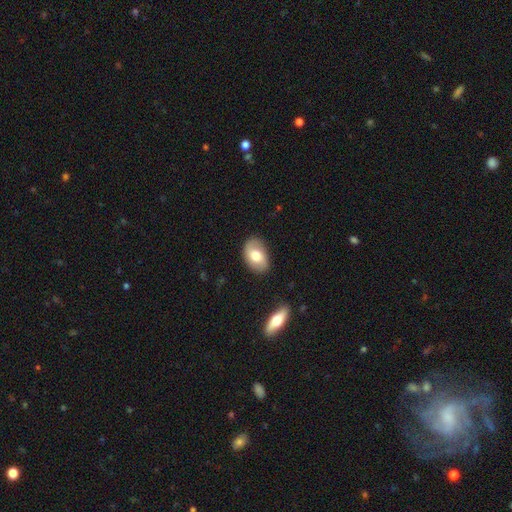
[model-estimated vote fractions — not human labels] Q: Smooth or featured?
A: smooth (64%); runner-up: featured or disk (30%)
Q: How rounded?
A: in between (88%); runner-up: round (11%)
Q: Merging?
A: none (80%); runner-up: minor disturbance (15%)